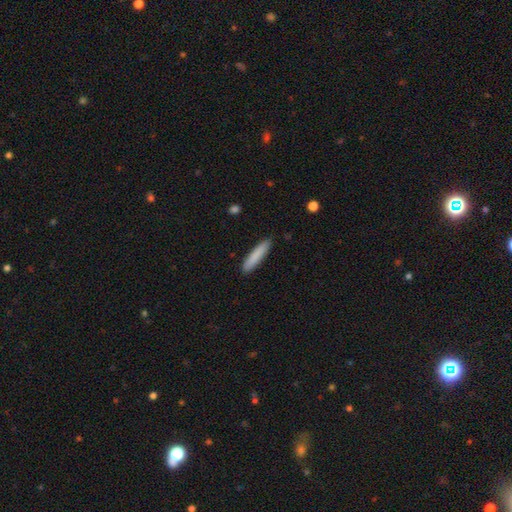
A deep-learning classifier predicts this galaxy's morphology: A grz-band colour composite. It shows a smooth galaxy with no disk features (85%) that is cigar-shaped (88%). Merging: none (89%).